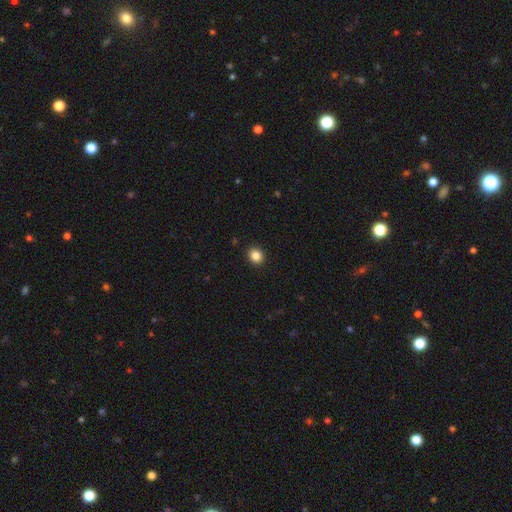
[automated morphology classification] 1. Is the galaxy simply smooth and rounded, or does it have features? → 85% smooth, 11% star or artifact, 4% featured or disk.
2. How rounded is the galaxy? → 78% round, 21% in between, 1% cigar-shaped.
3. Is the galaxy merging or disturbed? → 92% none, 6% minor disturbance, 2% major disturbance, 1% merger.